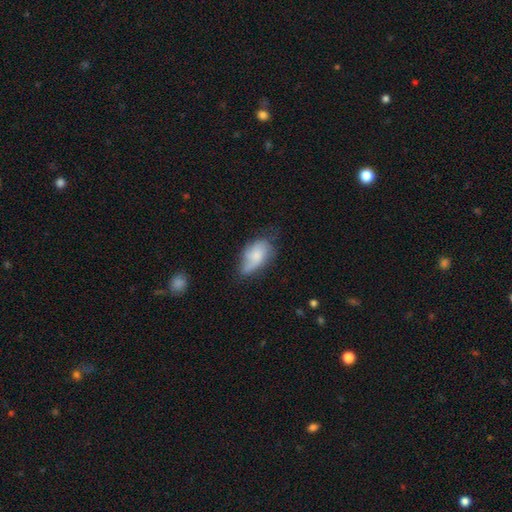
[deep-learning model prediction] The model was most divided on "merging": none: 39%, minor disturbance: 38%, major disturbance: 19%, merger: 4%. More confident: how rounded — in between (91%); smooth or featured — smooth (63%).